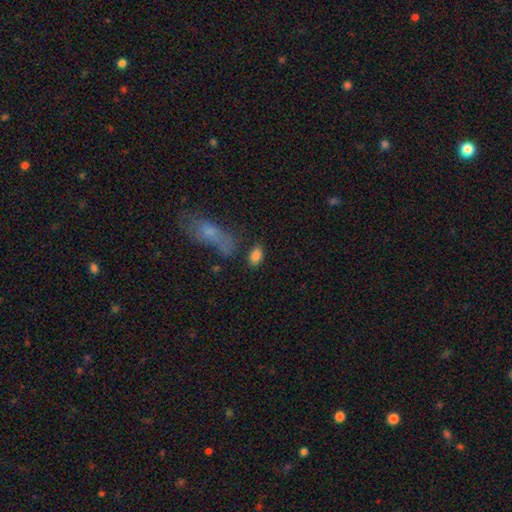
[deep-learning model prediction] Smooth or featured: smooth — 85% (star or artifact — 9%)
How rounded: in between — 91% (round — 6%)
Merging: none — 73% (minor disturbance — 14%)